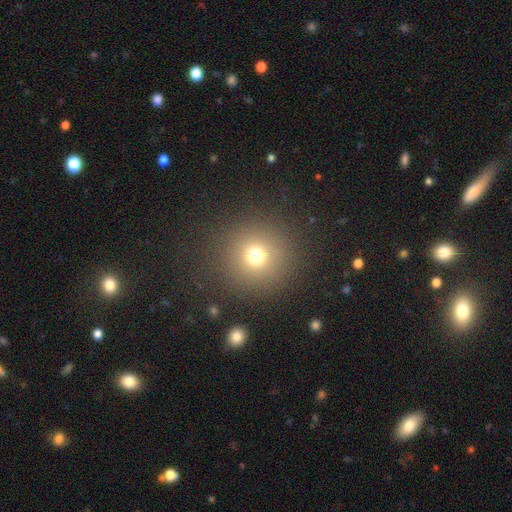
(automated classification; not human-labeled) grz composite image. It shows a smooth galaxy with no disk features (71%) that is round (95%). Merging: none (88%).